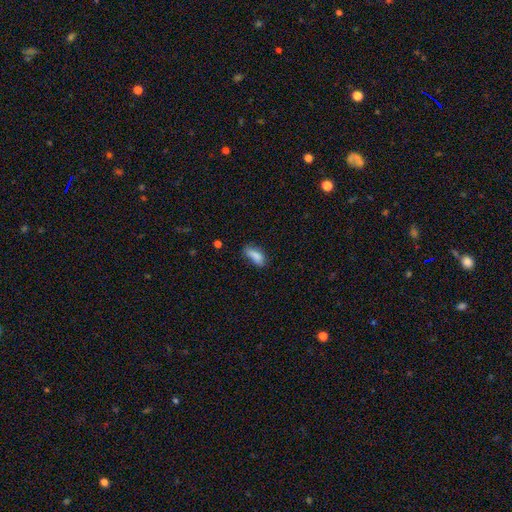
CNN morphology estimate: Q: Smooth or featured?
A: smooth (82%); runner-up: featured or disk (9%)
Q: How rounded?
A: in between (77%); runner-up: cigar-shaped (21%)
Q: Merging?
A: none (56%); runner-up: minor disturbance (31%)